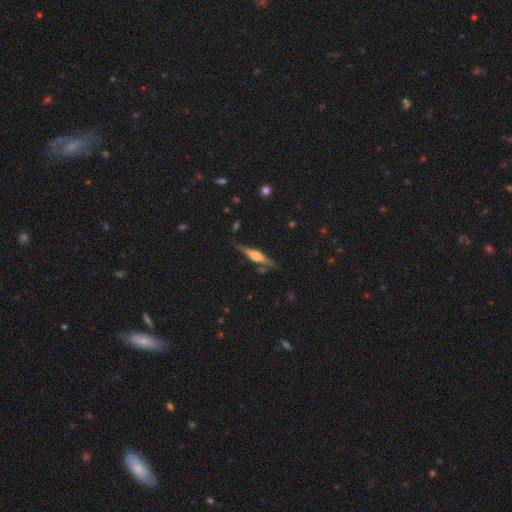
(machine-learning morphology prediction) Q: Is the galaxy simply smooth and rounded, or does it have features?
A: featured or disk — 72%.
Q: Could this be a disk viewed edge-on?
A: yes — 97%.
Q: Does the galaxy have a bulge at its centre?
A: rounded — 80%.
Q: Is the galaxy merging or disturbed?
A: none — 82%.